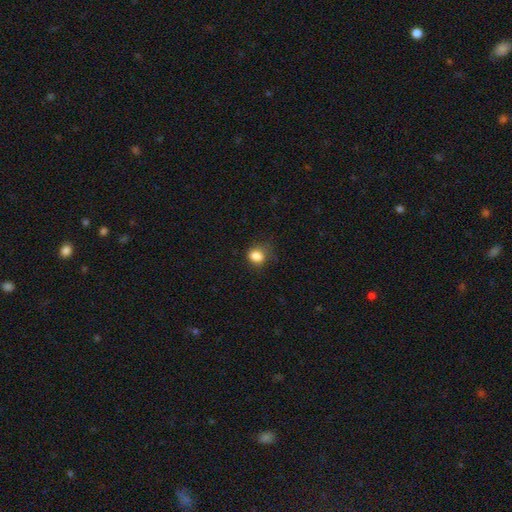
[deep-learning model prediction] Smooth or featured: smooth — 84% (star or artifact — 11%)
How rounded: round — 51% (in between — 48%)
Merging: none — 58% (minor disturbance — 28%)